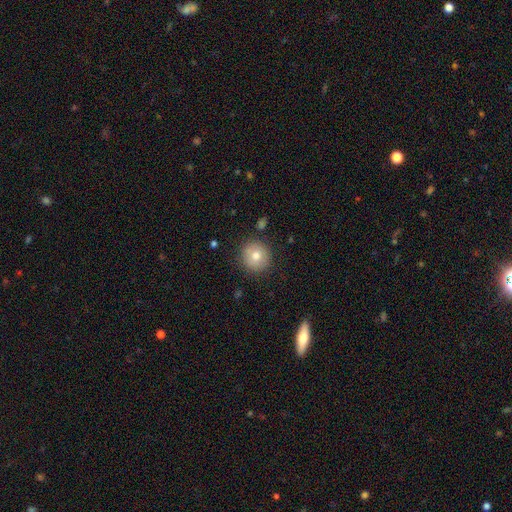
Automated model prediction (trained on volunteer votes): The model was most divided on "smooth or featured": smooth: 75%, featured or disk: 15%, star or artifact: 10%. More confident: how rounded — round (93%); merging — none (87%).